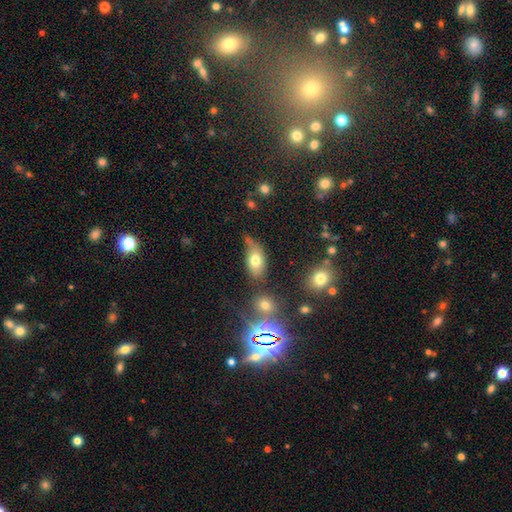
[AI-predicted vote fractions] Smooth or featured?
  - smooth: 73% *
  - featured or disk: 15%
  - star or artifact: 12%
How rounded?
  - in between: 86% *
  - round: 10%
  - cigar-shaped: 4%
Merging?
  - none: 49% *
  - minor disturbance: 27%
  - merger: 13%
  - major disturbance: 11%